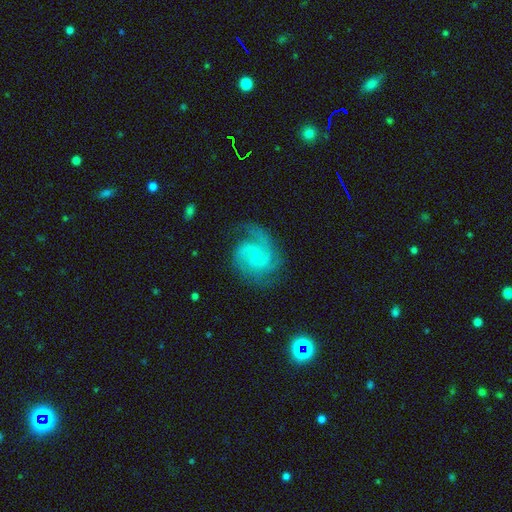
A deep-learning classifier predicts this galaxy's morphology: The model was most divided on "spiral winding": medium: 48%, tight: 39%, loose: 13%. More confident: edge-on disk — no (98%); spiral arms — yes (98%); smooth or featured — featured or disk (87%); bulge size — small (76%); merging — none (70%); bar — no (65%); spiral arm count — 2 (50%).